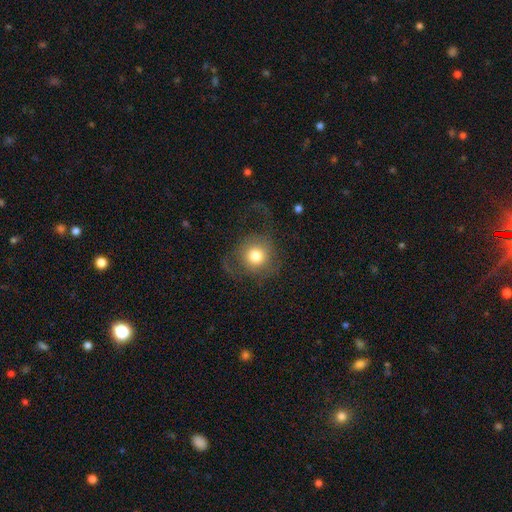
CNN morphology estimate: Q: Smooth or featured?
A: smooth (63%); runner-up: featured or disk (27%)
Q: How rounded?
A: round (88%); runner-up: in between (11%)
Q: Merging?
A: none (48%); runner-up: major disturbance (35%)